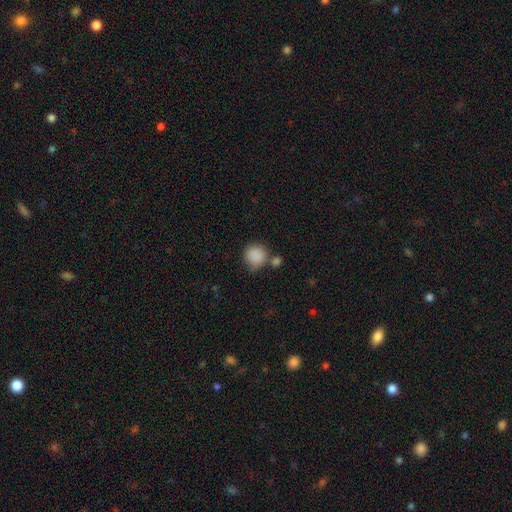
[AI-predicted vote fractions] Q: Smooth or featured?
A: smooth (87%); runner-up: star or artifact (9%)
Q: How rounded?
A: round (88%); runner-up: in between (11%)
Q: Merging?
A: none (61%); runner-up: merger (18%)